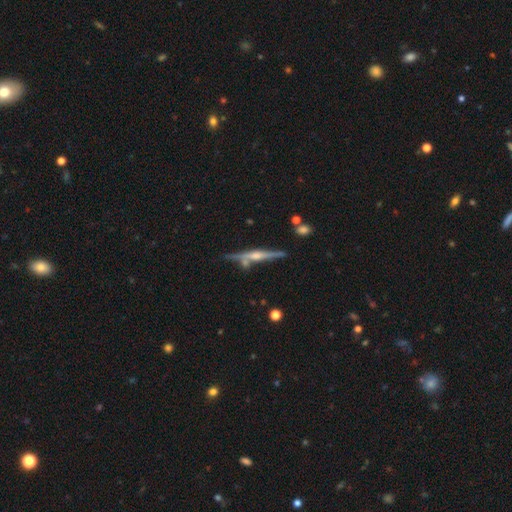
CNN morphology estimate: Smooth or featured? featured or disk (77%)
Edge-on disk? yes (97%)
Edge-on bulge? rounded (77%)
Merging? none (74%)